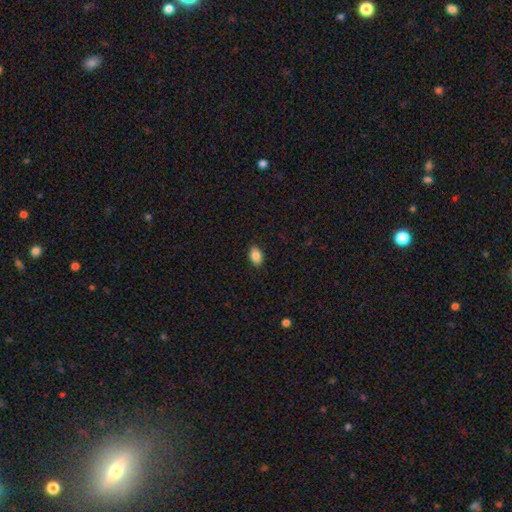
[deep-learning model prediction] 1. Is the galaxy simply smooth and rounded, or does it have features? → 86% smooth, 8% star or artifact, 6% featured or disk.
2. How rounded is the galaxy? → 85% in between, 13% round, 1% cigar-shaped.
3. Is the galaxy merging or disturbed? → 88% none, 10% minor disturbance, 2% major disturbance, 1% merger.